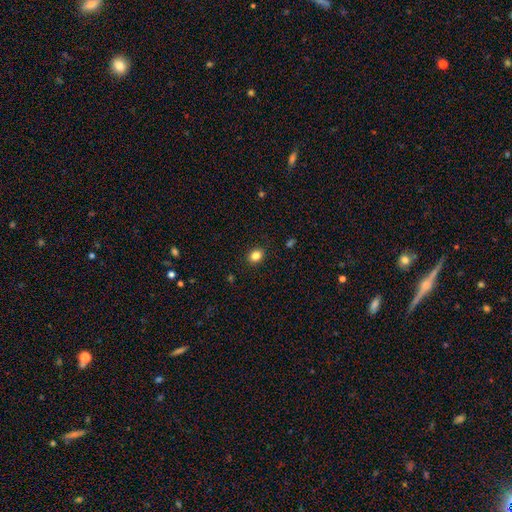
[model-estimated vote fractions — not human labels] Smooth or featured: smooth — 84% (star or artifact — 11%)
How rounded: round — 56% (in between — 43%)
Merging: none — 89% (minor disturbance — 8%)